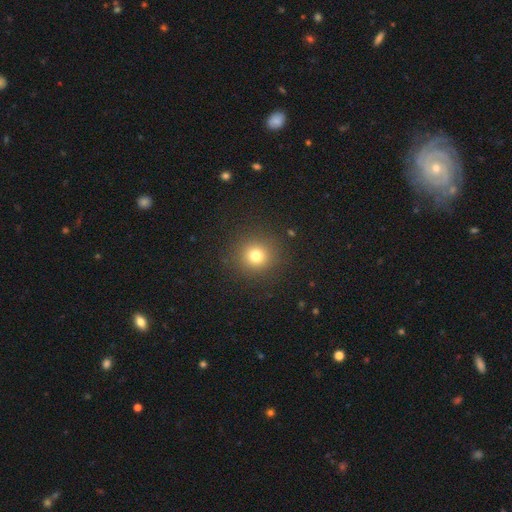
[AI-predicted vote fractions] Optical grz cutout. It shows a smooth galaxy with no disk features (76%) that is round (93%). Merging: none (90%).